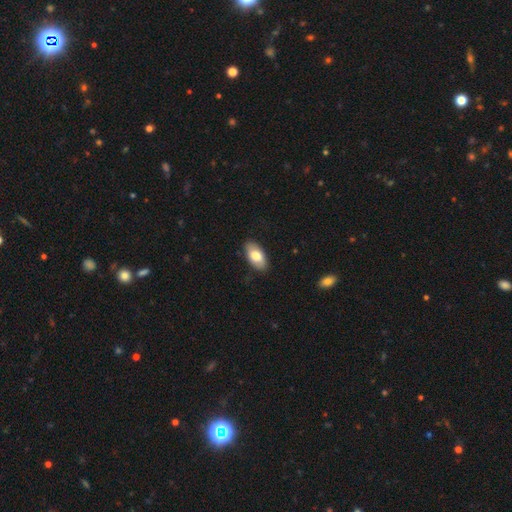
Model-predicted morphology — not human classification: type=smooth (76%); roundness=in between (94%); merging=none (86%).